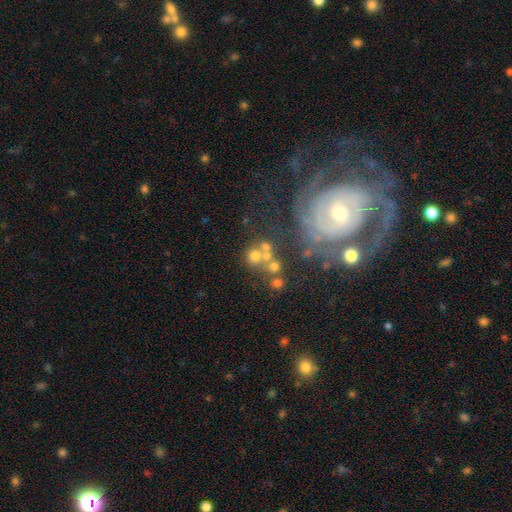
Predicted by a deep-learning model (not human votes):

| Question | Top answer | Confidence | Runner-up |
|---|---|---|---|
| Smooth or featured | smooth | 55% | featured or disk (25%) |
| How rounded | round | 82% | in between (16%) |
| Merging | none | 48% | merger (33%) |